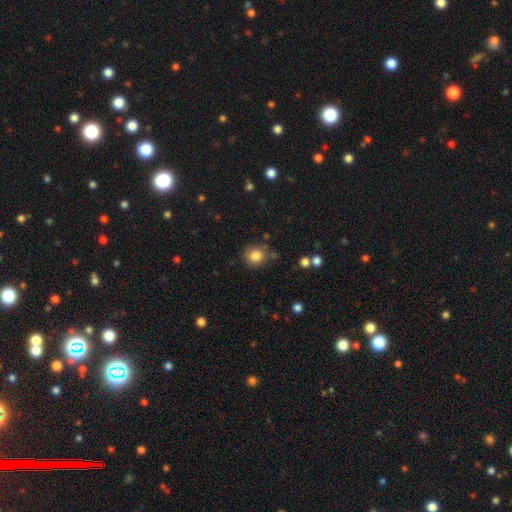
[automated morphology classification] smooth 84%, star or artifact 10%, featured or disk 6%. Down the decision tree: how rounded — round (85%); merging — none (80%).